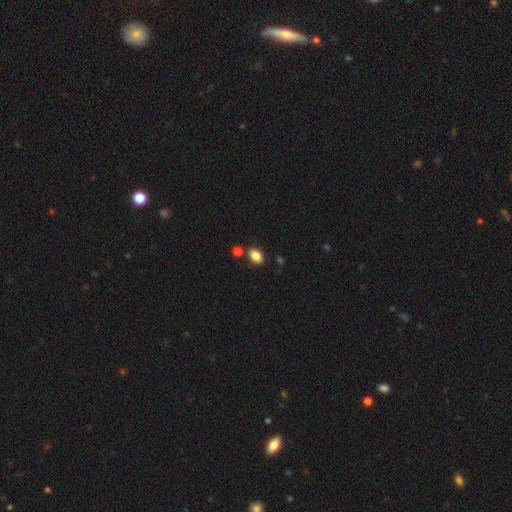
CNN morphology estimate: Smooth or featured: smooth — 85% (star or artifact — 9%)
How rounded: in between — 77% (round — 22%)
Merging: none — 78% (minor disturbance — 11%)